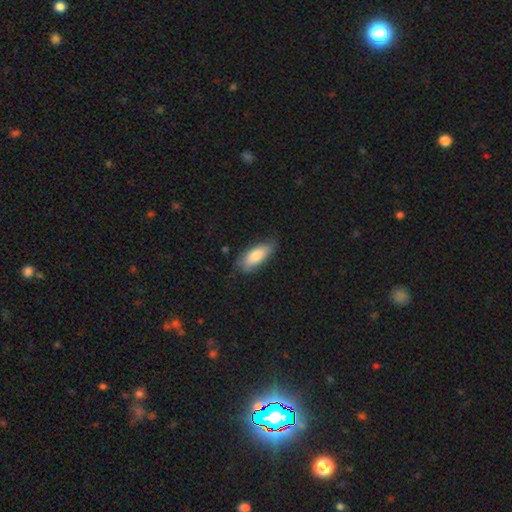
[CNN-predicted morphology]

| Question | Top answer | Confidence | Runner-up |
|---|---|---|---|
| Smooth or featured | smooth | 79% | featured or disk (15%) |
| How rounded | in between | 78% | cigar-shaped (20%) |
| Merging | none | 65% | minor disturbance (28%) |